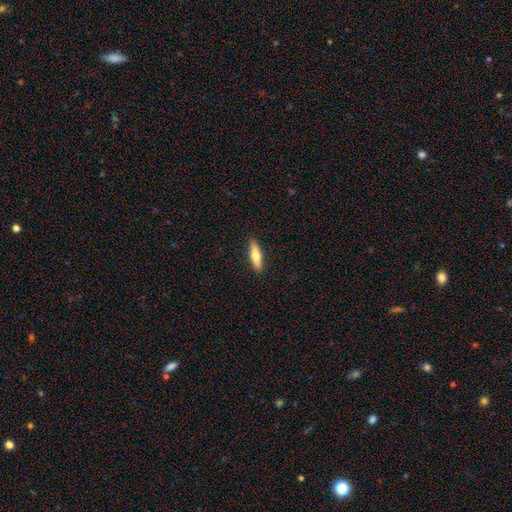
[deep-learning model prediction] The model was most divided on "how rounded": cigar-shaped: 64%, in between: 34%, round: 2%. More confident: merging — none (90%); smooth or featured — smooth (68%).